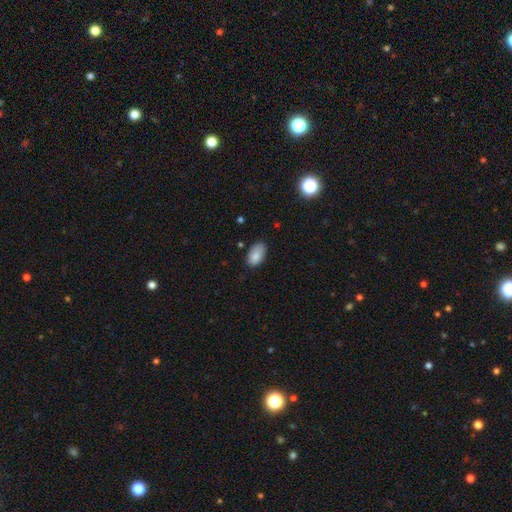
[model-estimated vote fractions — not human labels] Smooth or featured: smooth — 86% (star or artifact — 8%)
How rounded: in between — 93% (round — 5%)
Merging: none — 74% (minor disturbance — 21%)